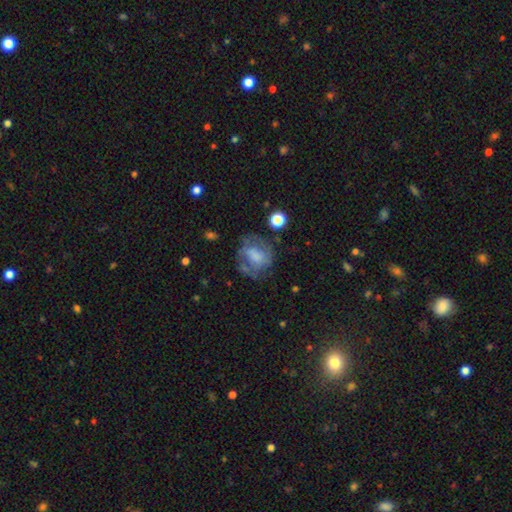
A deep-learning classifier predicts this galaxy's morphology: This appears to be a featured or disk galaxy (48%). Merging: none (54%).